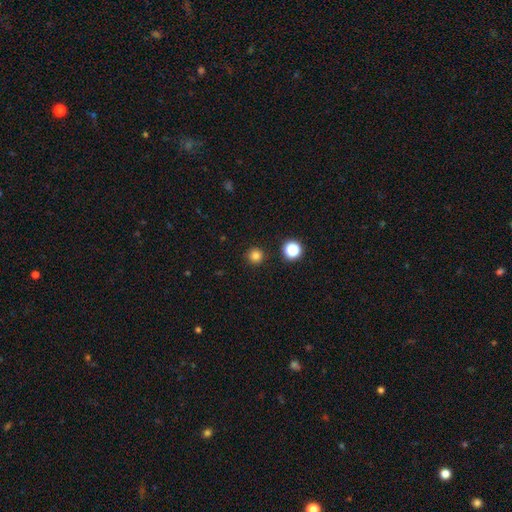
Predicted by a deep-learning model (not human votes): The model was most divided on "smooth or featured": smooth: 81%, star or artifact: 15%, featured or disk: 5%. More confident: how rounded — round (96%); merging — none (92%).